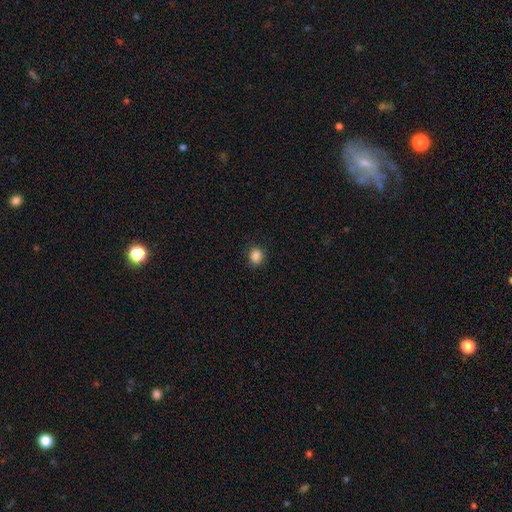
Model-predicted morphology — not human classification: Q: Smooth or featured?
A: smooth (86%); runner-up: star or artifact (11%)
Q: How rounded?
A: round (64%); runner-up: in between (35%)
Q: Merging?
A: none (85%); runner-up: minor disturbance (11%)